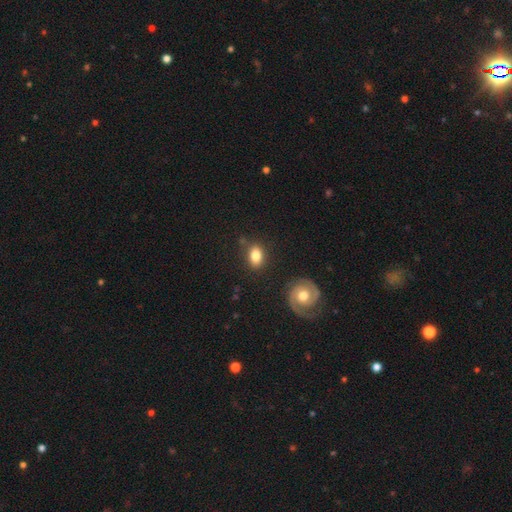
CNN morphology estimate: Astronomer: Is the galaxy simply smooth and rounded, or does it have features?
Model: smooth — 81%.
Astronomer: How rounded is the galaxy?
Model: in between — 79%.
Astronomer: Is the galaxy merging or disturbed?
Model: none — 79%.